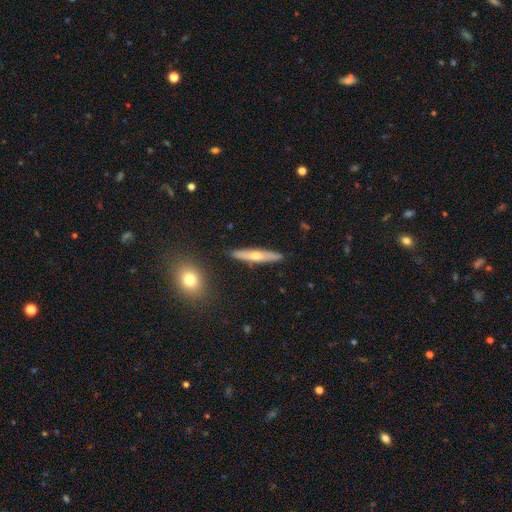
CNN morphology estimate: smooth-or-featured: featured or disk: 50% | smooth: 44% | star or artifact: 7%
  merging: none: 88% | minor disturbance: 8% | merger: 2% | major disturbance: 2%